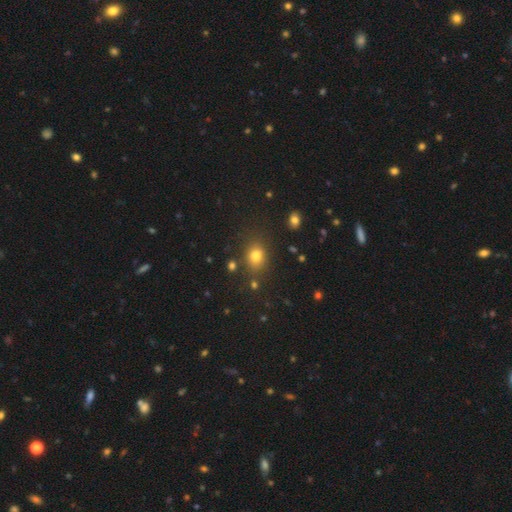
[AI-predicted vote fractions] A smooth galaxy with no disk features (77%) that is round (53%).

Vote fractions:
- Smooth or featured? smooth: 77% / star or artifact: 16% / featured or disk: 7%
- How rounded? round: 53% / in between: 46% / cigar-shaped: 1%
- Merging? none: 78% / minor disturbance: 13% / merger: 5% / major disturbance: 5%